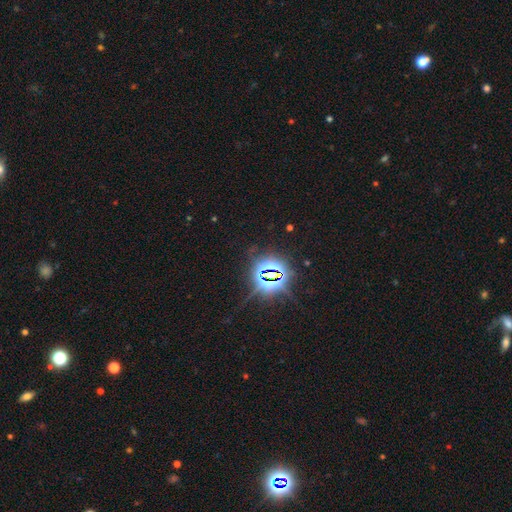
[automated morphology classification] smooth_or_featured: star or artifact (p=0.84) [alt: smooth p=0.09]